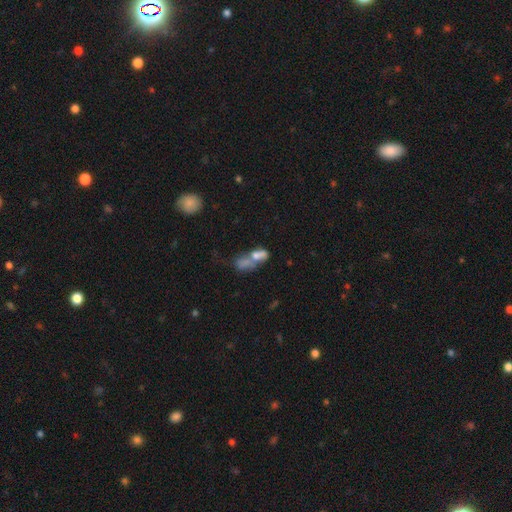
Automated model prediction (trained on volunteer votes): smooth_or_featured: smooth (p=0.64) [alt: featured or disk p=0.24]
how_rounded: in between (p=0.74) [alt: round p=0.14]
merging: merger (p=0.65) [alt: none p=0.17]